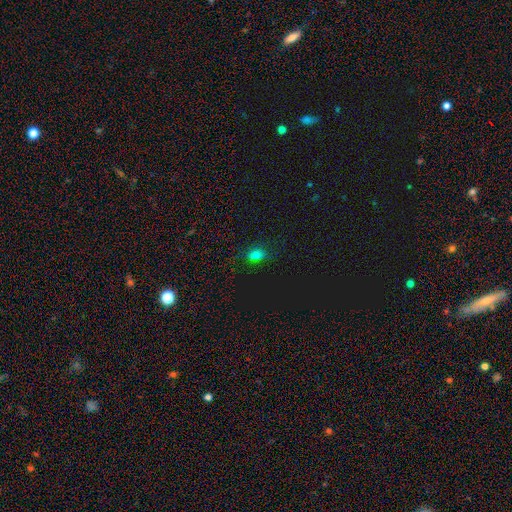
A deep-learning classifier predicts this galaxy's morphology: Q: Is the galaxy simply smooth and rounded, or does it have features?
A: smooth — 67%.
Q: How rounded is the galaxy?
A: in between — 78%.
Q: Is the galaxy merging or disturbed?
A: none — 74%.